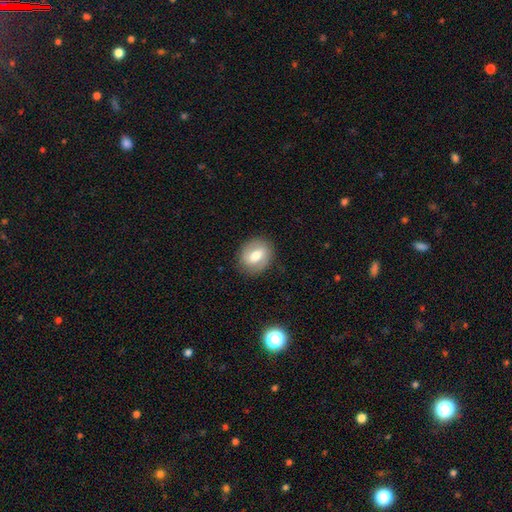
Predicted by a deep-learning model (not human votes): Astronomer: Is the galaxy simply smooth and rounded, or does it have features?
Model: smooth — 57% (runner-up: featured or disk, 35%).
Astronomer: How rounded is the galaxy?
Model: round — 54% (runner-up: in between, 44%).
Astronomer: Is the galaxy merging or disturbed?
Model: none — 85%.